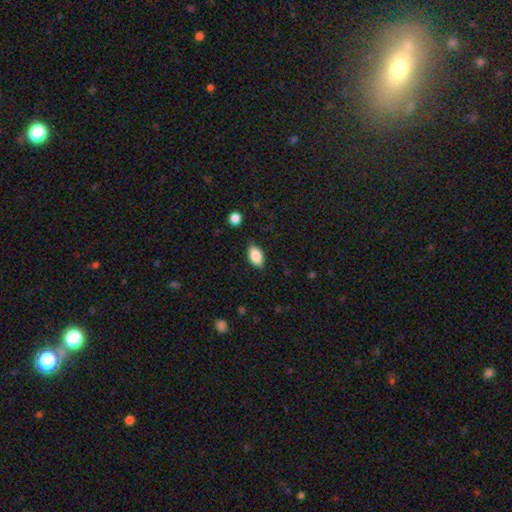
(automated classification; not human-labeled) Morphology: type=smooth (87%); roundness=in between (92%); merging=none (85%).